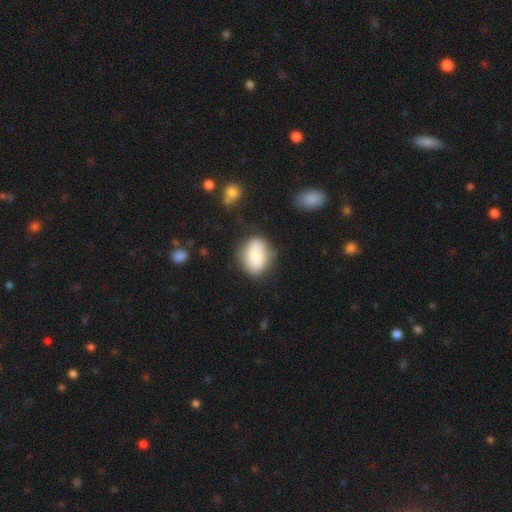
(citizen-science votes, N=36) smooth-or-featured: smooth: 67% | featured or disk: 22% | star or artifact: 11%
  how-rounded: in between: 58% | round: 42% | cigar-shaped: 0%
  merging: none: 75% | minor disturbance: 12% | major disturbance: 9% | merger: 3%